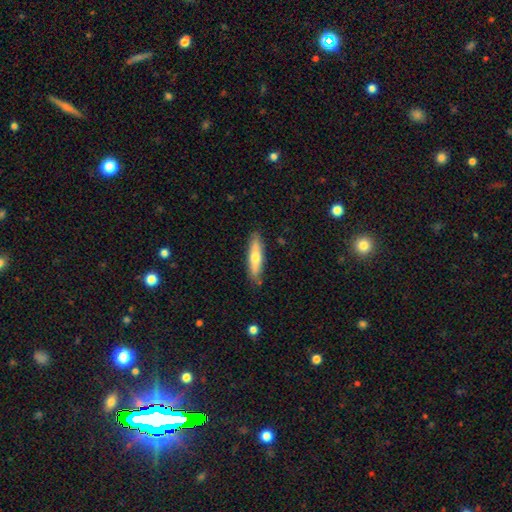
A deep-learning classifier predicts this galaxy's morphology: Overall: smooth (56%; featured or disk 38%). How rounded: cigar-shaped (71%). Merging: none (85%).